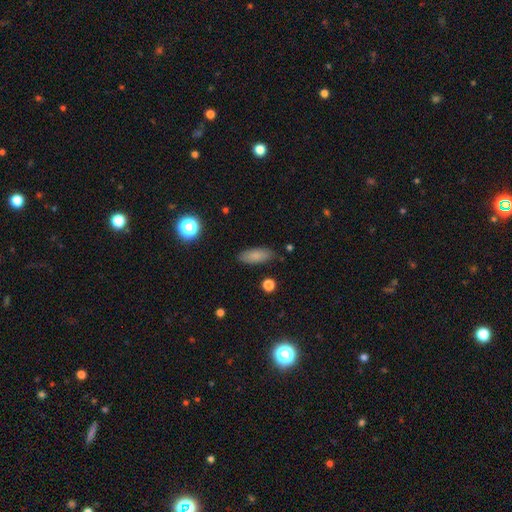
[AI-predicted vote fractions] smooth-or-featured: smooth: 83% | featured or disk: 9% | star or artifact: 8%
  how-rounded: in between: 74% | cigar-shaped: 24% | round: 3%
  merging: none: 84% | minor disturbance: 12% | major disturbance: 3% | merger: 2%